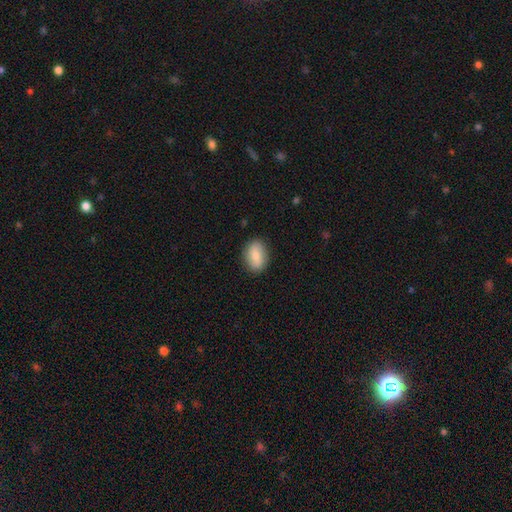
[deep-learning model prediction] Smooth or featured? smooth (76%)
How rounded? in between (79%)
Merging? none (87%)